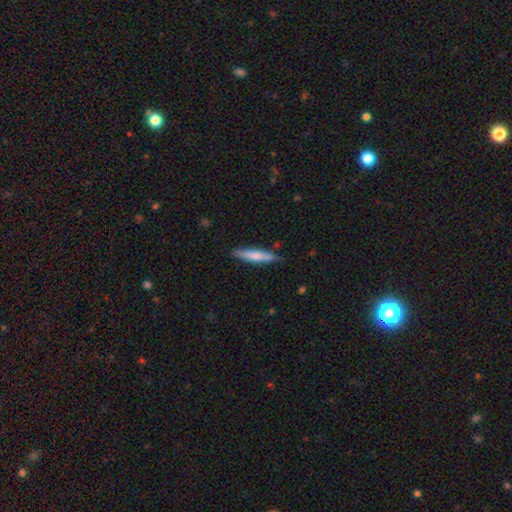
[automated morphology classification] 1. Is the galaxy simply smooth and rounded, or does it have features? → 69% smooth, 26% featured or disk, 5% star or artifact.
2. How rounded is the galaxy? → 86% cigar-shaped, 12% in between, 1% round.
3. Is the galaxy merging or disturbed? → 81% none, 15% minor disturbance, 2% major disturbance, 2% merger.